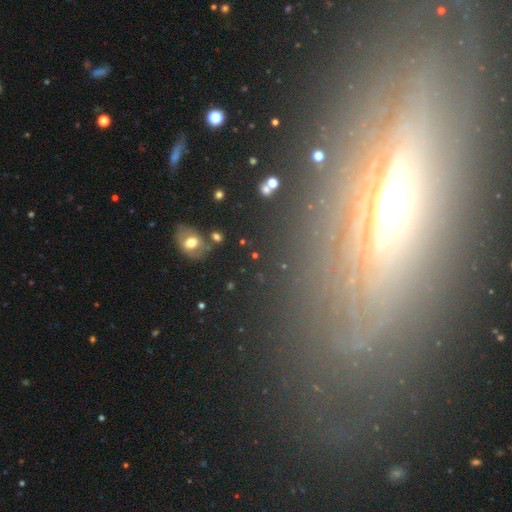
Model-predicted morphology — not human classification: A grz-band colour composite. It shows a star or artifact, not a galaxy (38%).